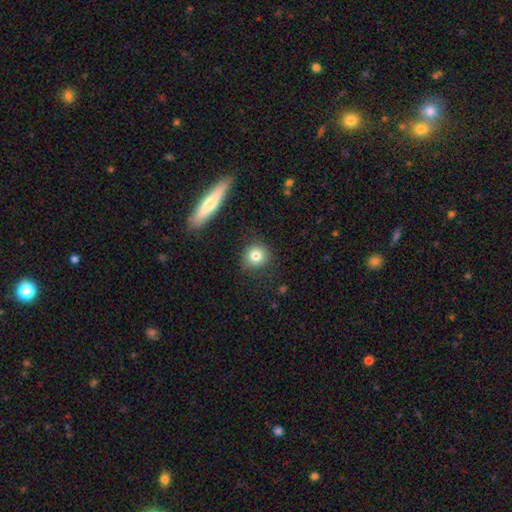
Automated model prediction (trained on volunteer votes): A smooth galaxy with no disk features (81%) that is round (89%). Merging: none (87%).